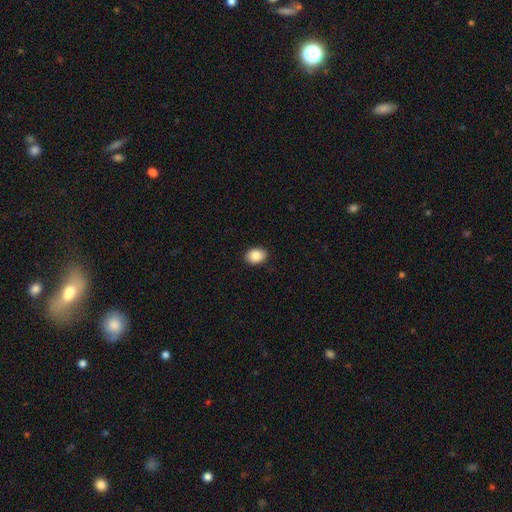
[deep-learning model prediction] A smooth galaxy with no disk features (88%) that is in between round and cigar-shaped (67%).

Vote fractions:
- Smooth or featured? smooth: 88% / star or artifact: 8% / featured or disk: 4%
- How rounded? in between: 67% / round: 32% / cigar-shaped: 1%
- Merging? none: 91% / minor disturbance: 7% / major disturbance: 2% / merger: 1%